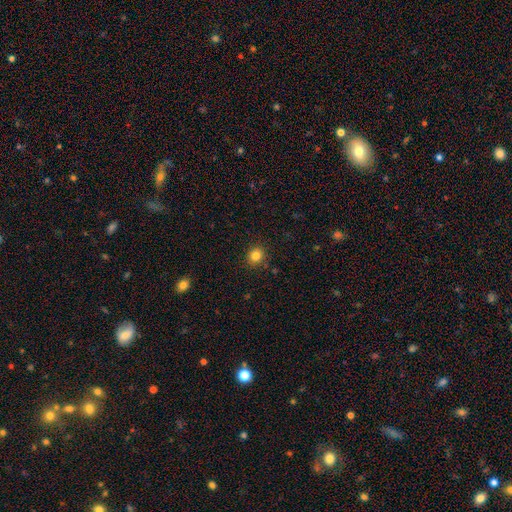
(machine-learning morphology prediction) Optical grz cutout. It shows a smooth galaxy with no disk features (83%) that is round (86%). Merging: none (90%).